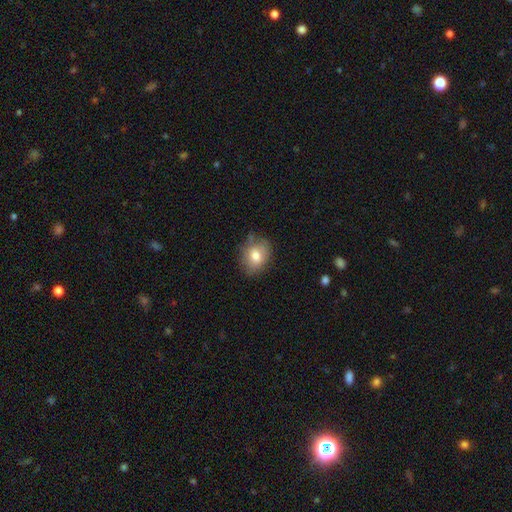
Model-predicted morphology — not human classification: Smooth or featured? smooth (76%)
How rounded? in between (56%)
Merging? none (67%)